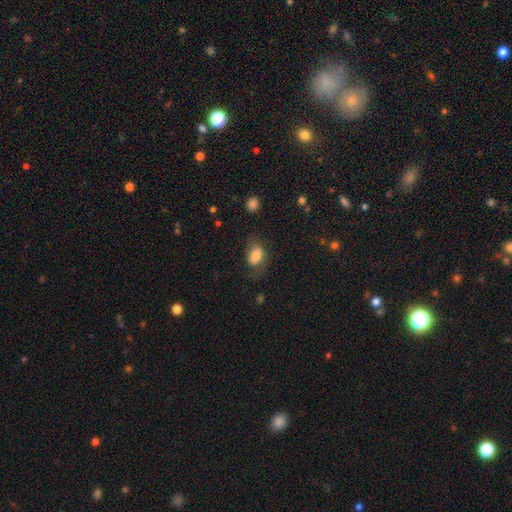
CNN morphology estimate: Smooth or featured? smooth (72%)
How rounded? in between (81%)
Merging? none (62%)